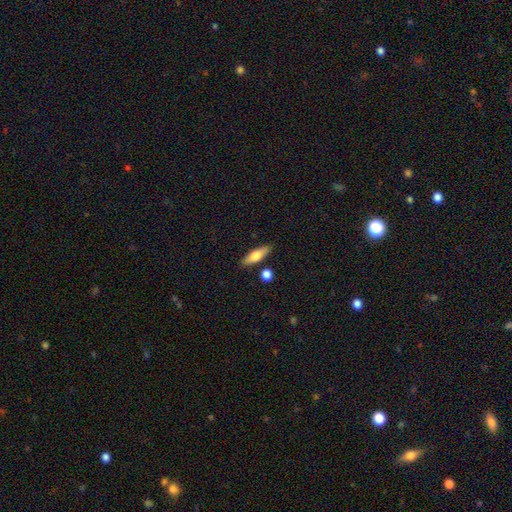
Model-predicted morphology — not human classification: Smooth or featured: smooth — 62% (featured or disk — 32%)
How rounded: cigar-shaped — 50% (in between — 47%)
Merging: none — 83% (minor disturbance — 9%)